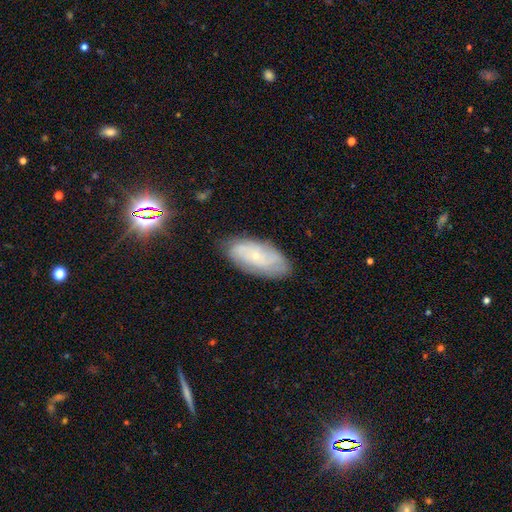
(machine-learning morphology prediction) The model was most divided on "smooth or featured": featured or disk: 60%, smooth: 32%, star or artifact: 8%. More confident: edge-on disk — no (91%); bulge size — small (82%); spiral arms — yes (82%); merging — none (78%); bar — no (77%).